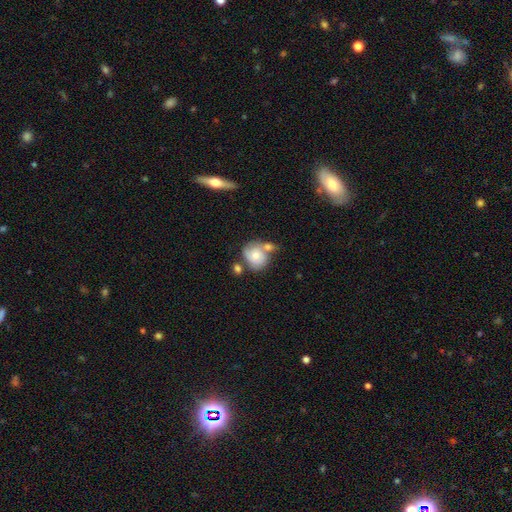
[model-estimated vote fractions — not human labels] A smooth galaxy with no disk features (61%) that is round (73%). Merging: none (39%).